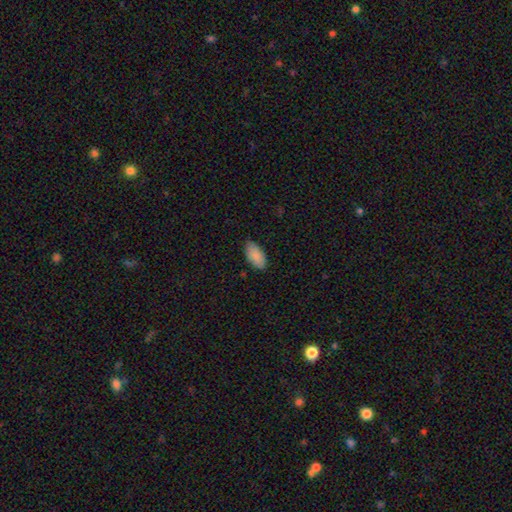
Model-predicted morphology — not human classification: Smooth or featured?
  - smooth: 89% *
  - star or artifact: 6%
  - featured or disk: 5%
How rounded?
  - in between: 94% *
  - cigar-shaped: 4%
  - round: 2%
Merging?
  - none: 82% *
  - minor disturbance: 15%
  - major disturbance: 2%
  - merger: 1%